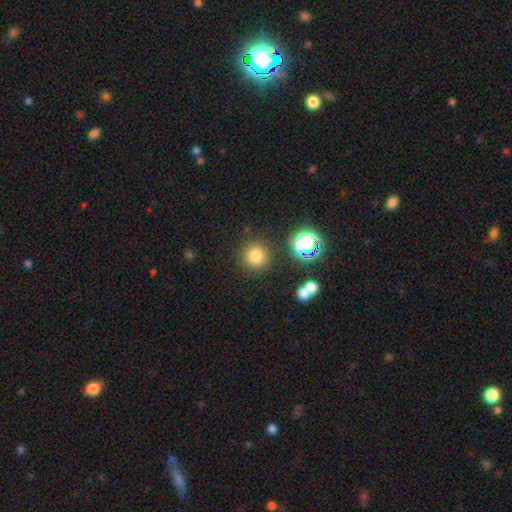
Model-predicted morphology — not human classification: Smooth or featured? smooth (78%)
How rounded? round (94%)
Merging? none (86%)